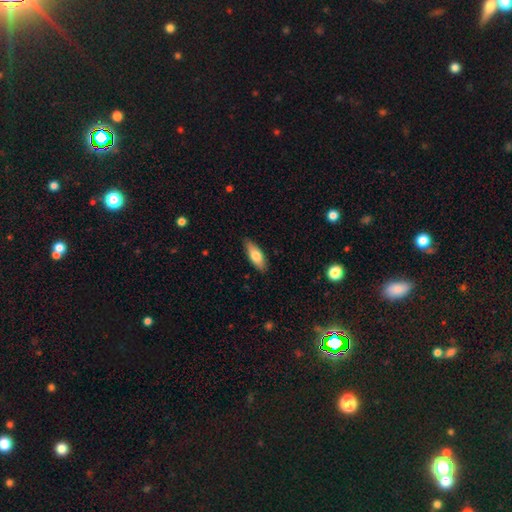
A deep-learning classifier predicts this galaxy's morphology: A smooth galaxy with no disk features (73%) that is in between round and cigar-shaped (71%).

Vote fractions:
- Smooth or featured? smooth: 73% / featured or disk: 21% / star or artifact: 6%
- How rounded? in between: 71% / cigar-shaped: 27% / round: 2%
- Merging? none: 87% / minor disturbance: 10% / major disturbance: 2% / merger: 1%